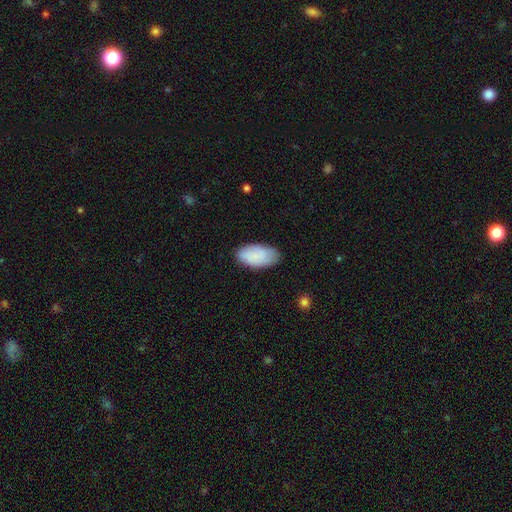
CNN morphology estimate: Overall: smooth (82%). How rounded: in between (95%). Merging: none (76%).